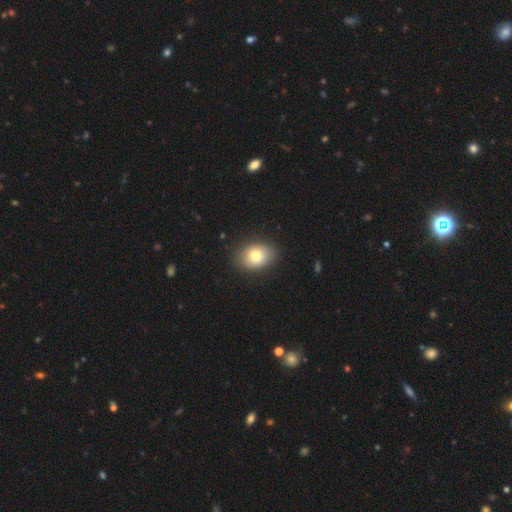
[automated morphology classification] smooth 79%, featured or disk 13%, star or artifact 8%. Down the decision tree: how rounded — in between (76%); merging — none (86%).